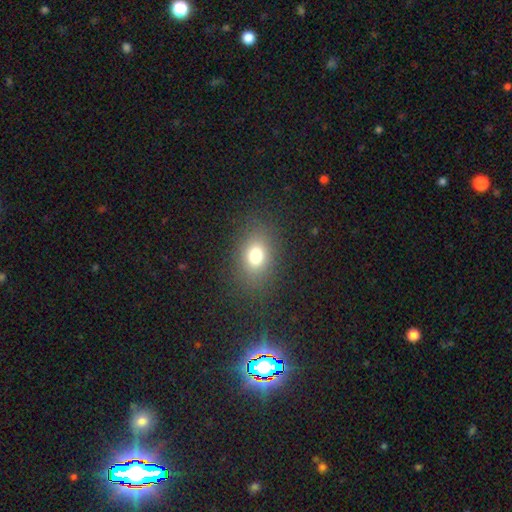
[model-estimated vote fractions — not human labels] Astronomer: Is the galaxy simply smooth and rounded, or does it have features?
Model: smooth — 76%.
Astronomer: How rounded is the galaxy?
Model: in between — 66%.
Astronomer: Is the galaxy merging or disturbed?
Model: none — 83%.